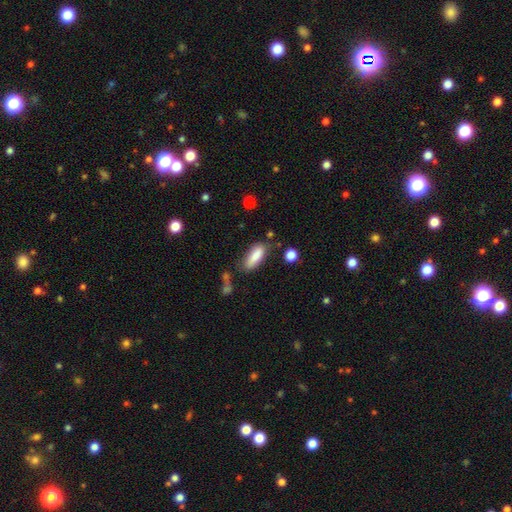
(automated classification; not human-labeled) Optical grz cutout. It shows a smooth galaxy with no disk features (82%) that is in between round and cigar-shaped (60%). Merging: none (67%).